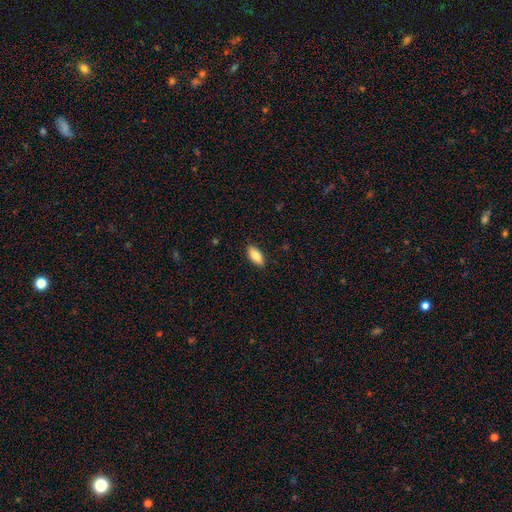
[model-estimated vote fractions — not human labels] smooth_or_featured: smooth (p=0.86) [alt: featured or disk p=0.08]
how_rounded: in between (p=0.85) [alt: cigar-shaped p=0.13]
merging: none (p=0.88) [alt: minor disturbance p=0.09]